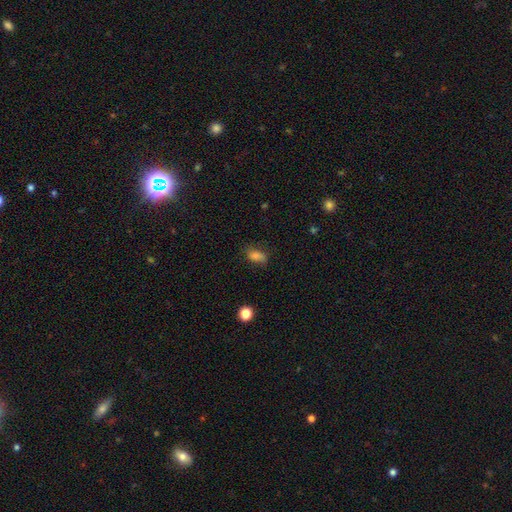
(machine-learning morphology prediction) smooth 76%, featured or disk 13%, star or artifact 11%. Down the decision tree: how rounded — in between (85%); merging — none (68%).